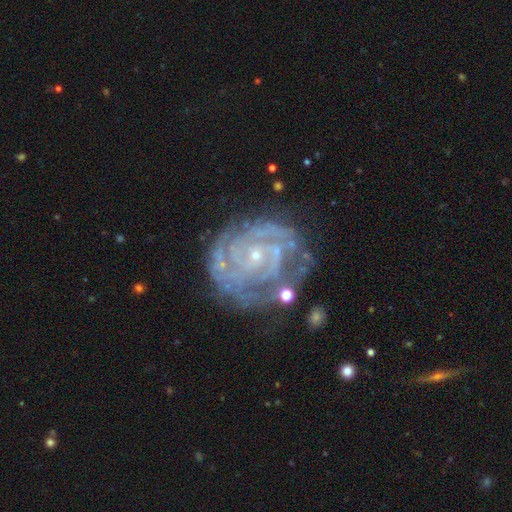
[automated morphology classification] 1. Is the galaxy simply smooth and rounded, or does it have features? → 89% featured or disk, 6% star or artifact, 5% smooth.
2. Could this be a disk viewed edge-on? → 97% no, 3% yes.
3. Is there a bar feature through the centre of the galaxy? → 71% no, 21% weak, 8% strong.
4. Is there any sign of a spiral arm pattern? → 97% yes, 3% no.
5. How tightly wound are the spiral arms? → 75% tight, 22% medium, 4% loose.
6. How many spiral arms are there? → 25% 2, 24% 3, 22% can't tell, 15% 4, 8% more than 4, 6% 1.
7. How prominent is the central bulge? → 86% small, 10% moderate, 2% none, 1% large, 1% dominant.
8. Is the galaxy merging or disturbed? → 65% none, 21% minor disturbance, 11% major disturbance, 4% merger.